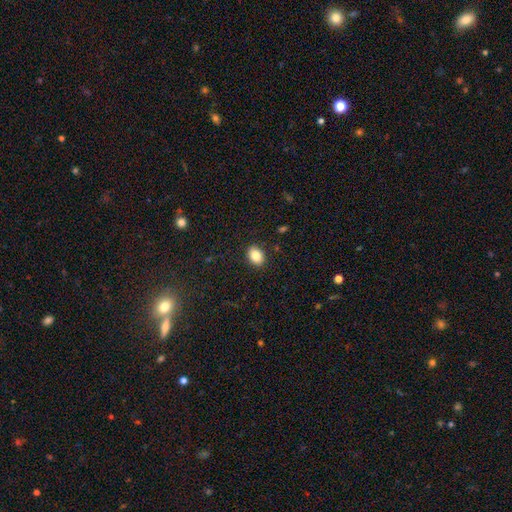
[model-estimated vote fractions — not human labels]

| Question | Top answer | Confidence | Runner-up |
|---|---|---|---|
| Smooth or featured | smooth | 85% | star or artifact (9%) |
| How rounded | in between | 75% | round (24%) |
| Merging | none | 89% | minor disturbance (8%) |